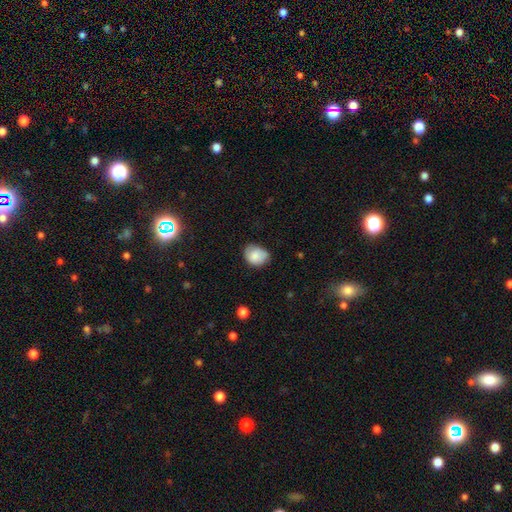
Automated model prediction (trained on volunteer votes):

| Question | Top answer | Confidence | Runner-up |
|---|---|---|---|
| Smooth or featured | smooth | 82% | featured or disk (11%) |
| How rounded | round | 54% | in between (46%) |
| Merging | none | 63% | minor disturbance (30%) |